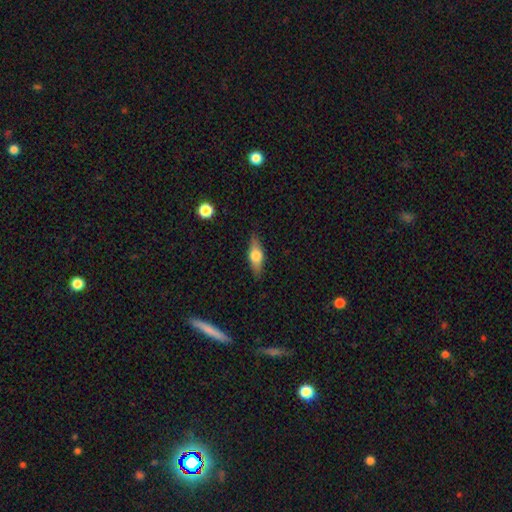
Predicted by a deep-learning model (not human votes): This is possibly a smooth galaxy (53%). How rounded: likely in between (62%). Merging: clearly none (84%).